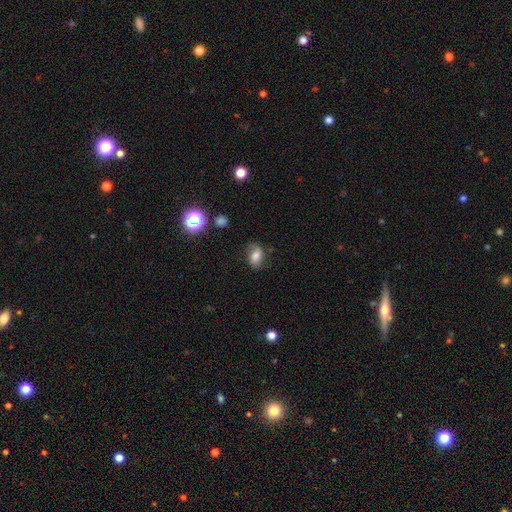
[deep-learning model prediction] Smooth or featured? Predicted: smooth (p=0.65). How rounded? Predicted: in between (p=0.76). Merging? Predicted: none (p=0.65).